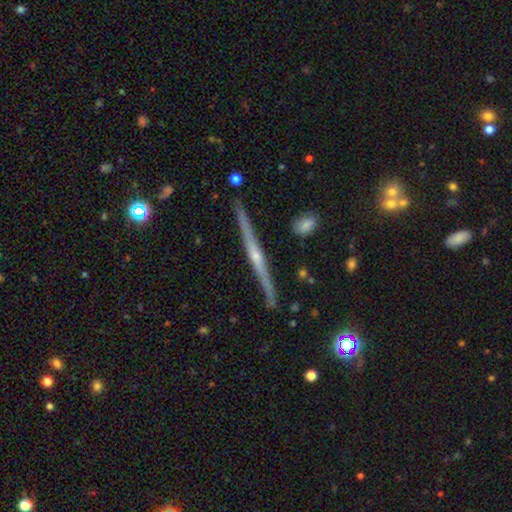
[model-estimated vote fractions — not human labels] A featured or disk galaxy (80%) viewed edge-on (98%) with a rounded central bulge (75%).

Vote fractions:
- Smooth or featured? featured or disk: 80% / smooth: 13% / star or artifact: 6%
- Edge-on disk? yes: 98% / no: 2%
- Edge-on bulge? rounded: 75% / none: 19% / boxy: 6%
- Merging? none: 89% / minor disturbance: 8% / merger: 2% / major disturbance: 2%